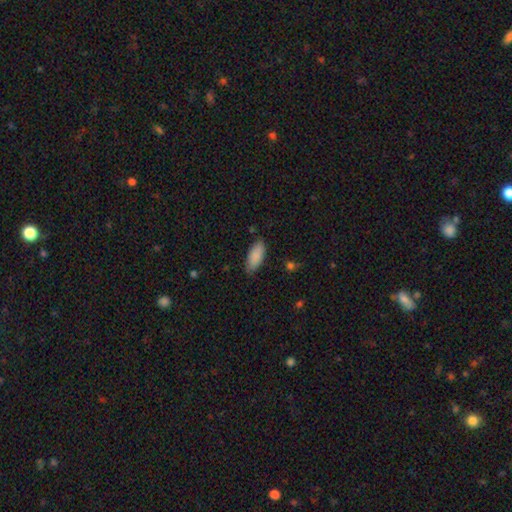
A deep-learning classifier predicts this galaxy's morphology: The model was most divided on "merging": none: 79%, minor disturbance: 17%, major disturbance: 3%, merger: 1%. More confident: smooth or featured — smooth (88%); how rounded — in between (85%).